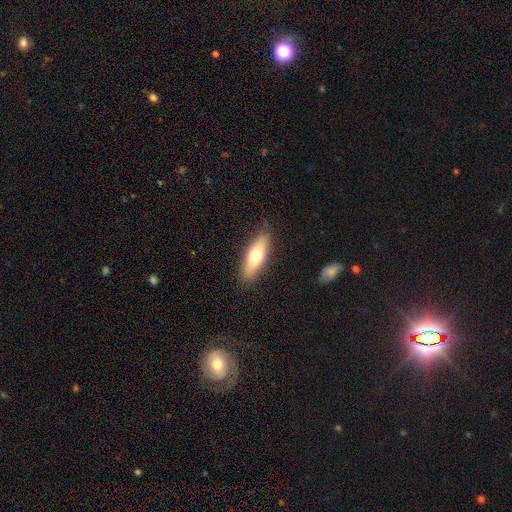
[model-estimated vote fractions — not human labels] smooth_or_featured: smooth (p=0.66) [alt: featured or disk p=0.28]
how_rounded: in between (p=0.59) [alt: cigar-shaped p=0.38]
merging: none (p=0.86) [alt: minor disturbance p=0.10]